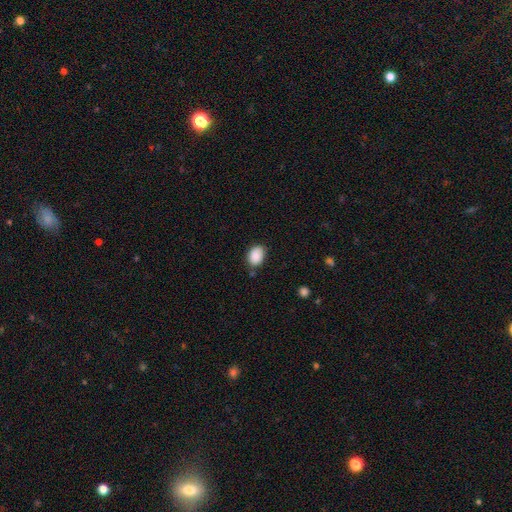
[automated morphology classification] Q: Smooth or featured?
A: smooth (89%); runner-up: star or artifact (8%)
Q: How rounded?
A: in between (77%); runner-up: round (22%)
Q: Merging?
A: none (76%); runner-up: minor disturbance (17%)